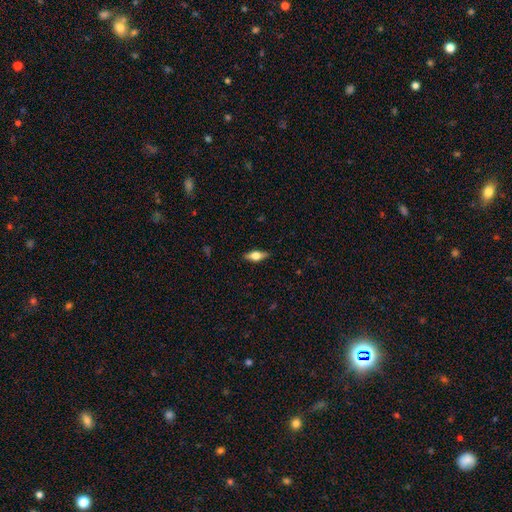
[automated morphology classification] This appears to be a smooth galaxy with no disk features (50%). Merging: none (87%).